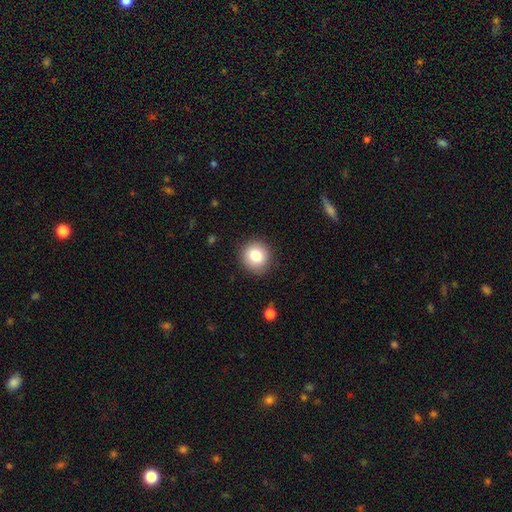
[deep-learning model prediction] smooth-or-featured: smooth: 81% | star or artifact: 10% | featured or disk: 10%
  how-rounded: round: 92% | in between: 8% | cigar-shaped: 1%
  merging: none: 88% | minor disturbance: 8% | major disturbance: 2% | merger: 1%